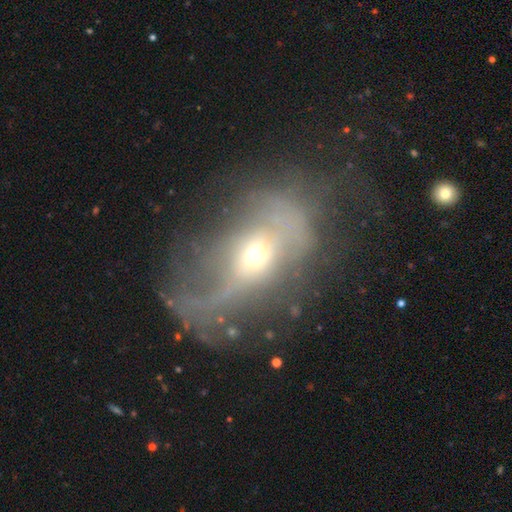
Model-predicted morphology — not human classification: This appears to be a featured or disk galaxy (59%) with no bar (72%), no spiral arms (59%) and a moderate central bulge (48%). Merging: major disturbance (54%).